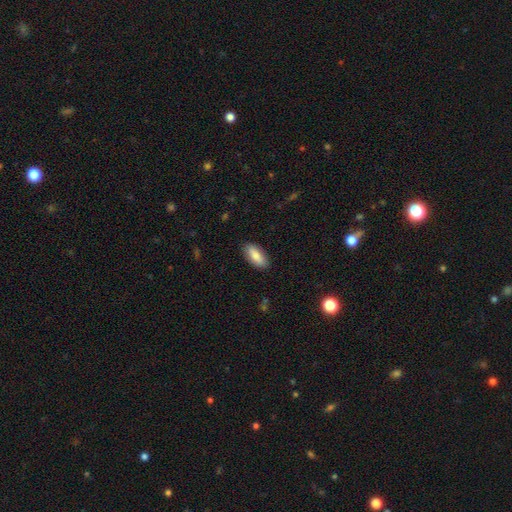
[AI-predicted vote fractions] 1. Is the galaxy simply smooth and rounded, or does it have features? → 81% smooth, 13% featured or disk, 6% star or artifact.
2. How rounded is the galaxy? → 84% in between, 14% cigar-shaped, 2% round.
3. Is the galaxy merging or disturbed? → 88% none, 9% minor disturbance, 2% major disturbance, 1% merger.